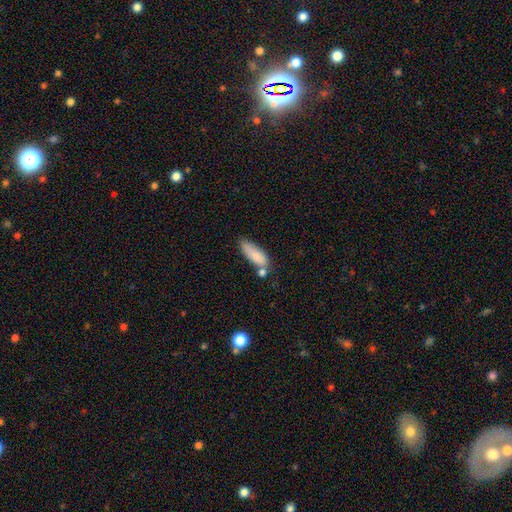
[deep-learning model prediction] This is clearly a smooth galaxy (83%). How rounded: likely in between (63%). Merging: possibly none (50%).